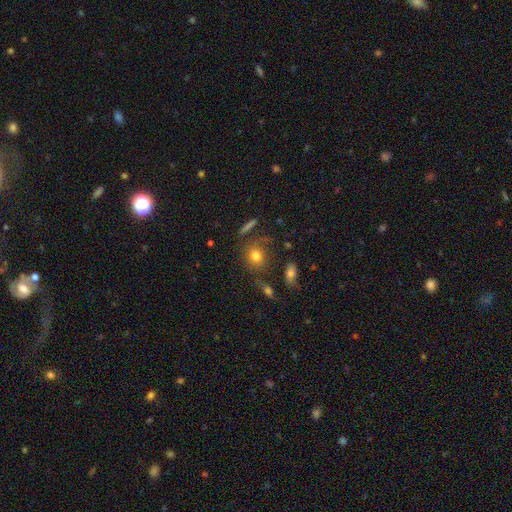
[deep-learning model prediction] The model was most divided on "how rounded": round: 70%, in between: 27%, cigar-shaped: 3%. More confident: smooth or featured — smooth (76%); merging — none (72%).